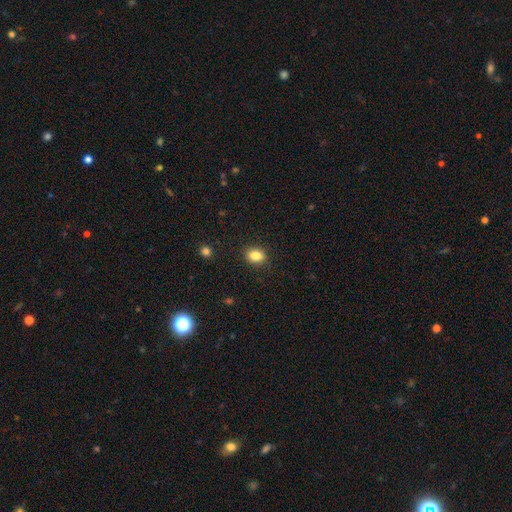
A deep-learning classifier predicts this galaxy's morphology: Smooth or featured?
  - smooth: 86% *
  - star or artifact: 9%
  - featured or disk: 5%
How rounded?
  - in between: 65% *
  - round: 34%
  - cigar-shaped: 1%
Merging?
  - none: 88% *
  - minor disturbance: 9%
  - major disturbance: 2%
  - merger: 1%